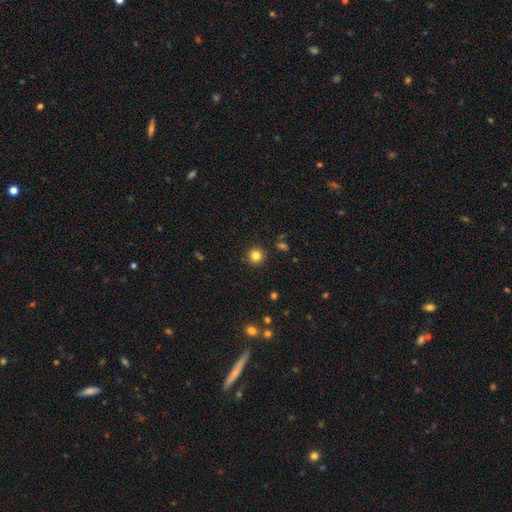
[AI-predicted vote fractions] Smooth or featured?
  - smooth: 83% *
  - star or artifact: 12%
  - featured or disk: 5%
How rounded?
  - round: 94% *
  - in between: 5%
  - cigar-shaped: 1%
Merging?
  - none: 91% *
  - minor disturbance: 5%
  - major disturbance: 2%
  - merger: 2%